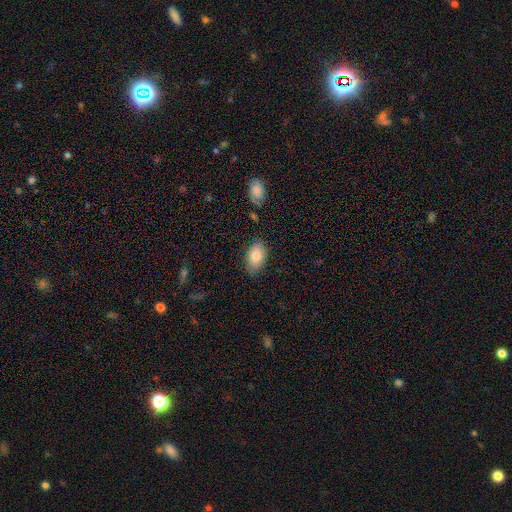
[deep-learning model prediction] Smooth or featured?
  - smooth: 80% *
  - featured or disk: 12%
  - star or artifact: 7%
How rounded?
  - in between: 91% *
  - round: 8%
  - cigar-shaped: 2%
Merging?
  - none: 79% *
  - minor disturbance: 16%
  - major disturbance: 3%
  - merger: 2%